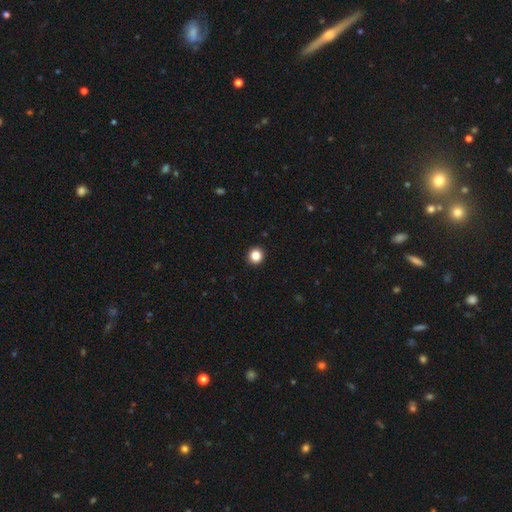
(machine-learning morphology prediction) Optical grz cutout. It shows a smooth galaxy with no disk features (86%) that is round (94%). Merging: none (94%).